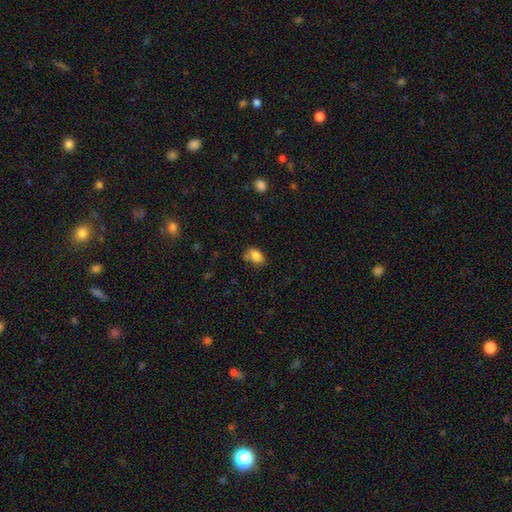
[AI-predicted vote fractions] A smooth galaxy with no disk features (82%) that is in between round and cigar-shaped (79%). Merging: none (60%).